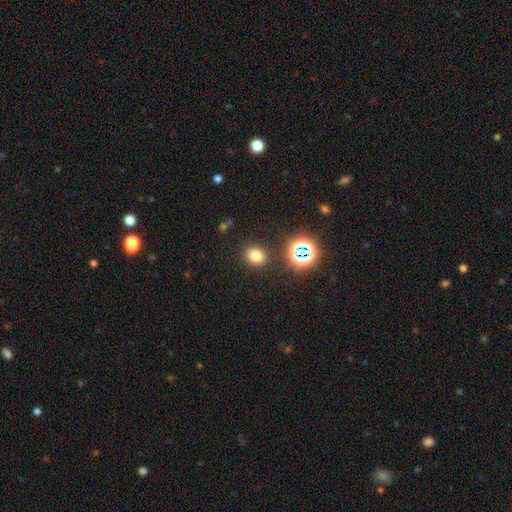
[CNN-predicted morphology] smooth-or-featured: smooth: 73% | star or artifact: 20% | featured or disk: 7%
  how-rounded: round: 60% | in between: 39% | cigar-shaped: 1%
  merging: none: 85% | minor disturbance: 8% | major disturbance: 3% | merger: 3%